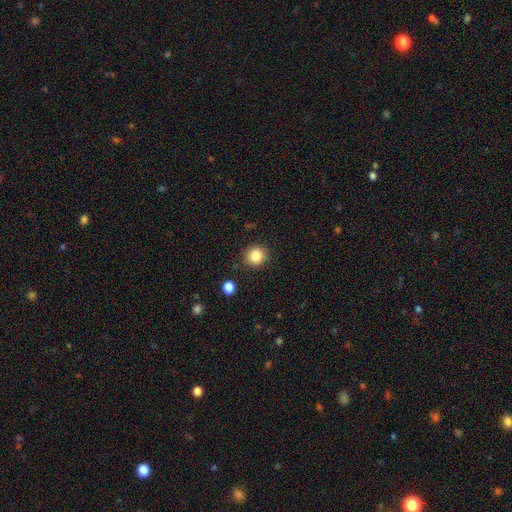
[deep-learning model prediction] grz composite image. It shows a smooth galaxy with no disk features (85%) that is round (88%). Merging: none (88%).